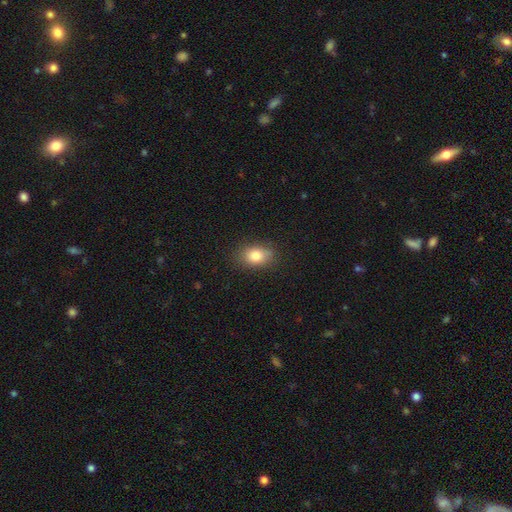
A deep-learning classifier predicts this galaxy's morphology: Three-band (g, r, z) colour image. It shows a smooth galaxy with no disk features (82%) that is in between round and cigar-shaped (79%). Merging: none (80%).